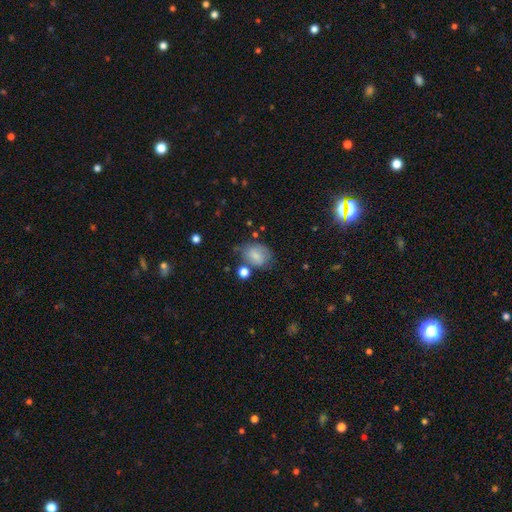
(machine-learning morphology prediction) A smooth galaxy with no disk features (74%) that is in between round and cigar-shaped (61%). Merging: none (51%).